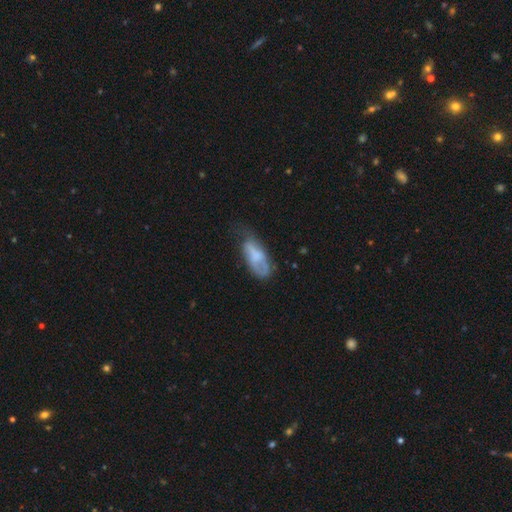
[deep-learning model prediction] Smooth or featured? Predicted: smooth (p=0.56). How rounded? Predicted: in between (p=0.82). Merging? Predicted: minor disturbance (p=0.36).